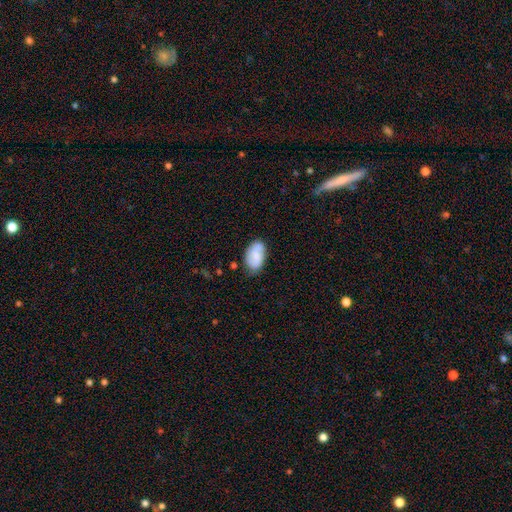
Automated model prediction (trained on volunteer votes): Smooth or featured? Predicted: smooth (p=0.57). How rounded? Predicted: in between (p=0.92). Merging? Predicted: none (p=0.74).